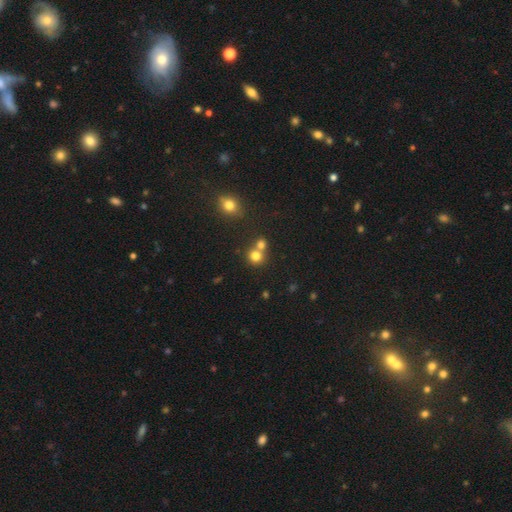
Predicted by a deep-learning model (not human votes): smooth 78%, star or artifact 14%, featured or disk 8%. Down the decision tree: how rounded — round (88%); merging — none (54%).